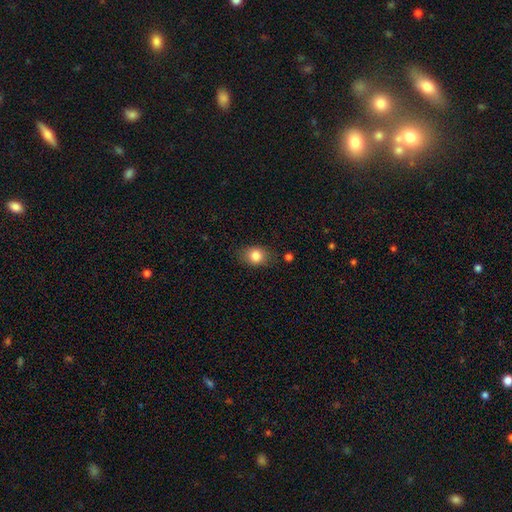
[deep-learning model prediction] smooth 83%, star or artifact 10%, featured or disk 8%. Down the decision tree: how rounded — in between (51%); merging — none (79%).